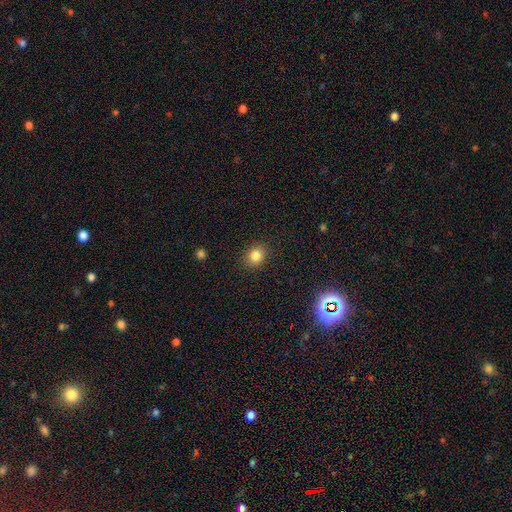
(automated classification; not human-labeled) Morphology: type=smooth (82%); roundness=round (75%); merging=none (89%).